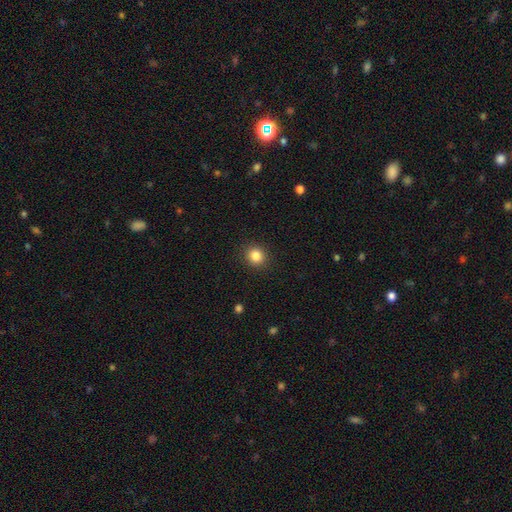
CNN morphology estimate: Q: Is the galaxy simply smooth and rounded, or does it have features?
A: smooth — 84%.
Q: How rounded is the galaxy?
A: round — 86%.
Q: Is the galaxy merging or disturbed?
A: none — 91%.